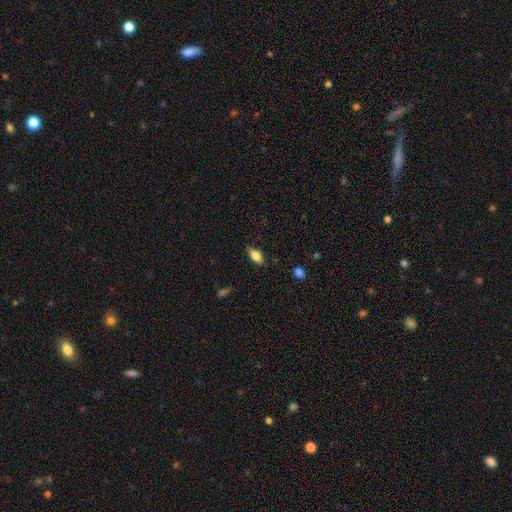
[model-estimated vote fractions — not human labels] Smooth or featured? Predicted: smooth (p=0.76). How rounded? Predicted: in between (p=0.86). Merging? Predicted: none (p=0.80).